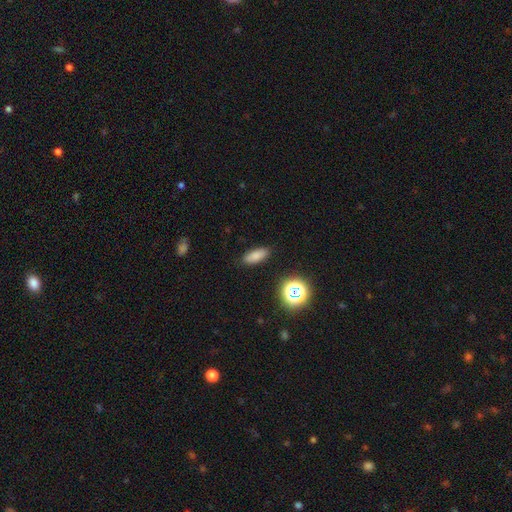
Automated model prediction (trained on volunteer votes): A smooth galaxy with no disk features (80%) that is in between round and cigar-shaped (74%). Merging: none (88%).